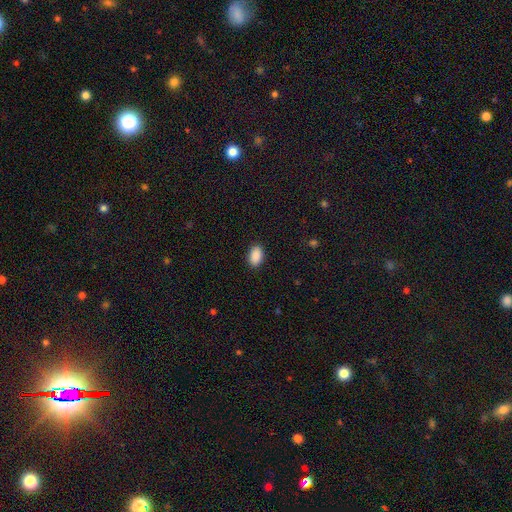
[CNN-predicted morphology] This is clearly a smooth galaxy (90%). How rounded: clearly in between (92%). Merging: clearly none (90%).